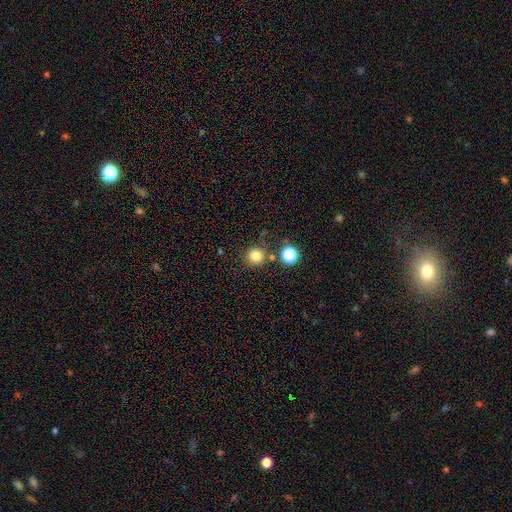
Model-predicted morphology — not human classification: Smooth or featured? smooth (80%)
How rounded? round (93%)
Merging? none (80%)